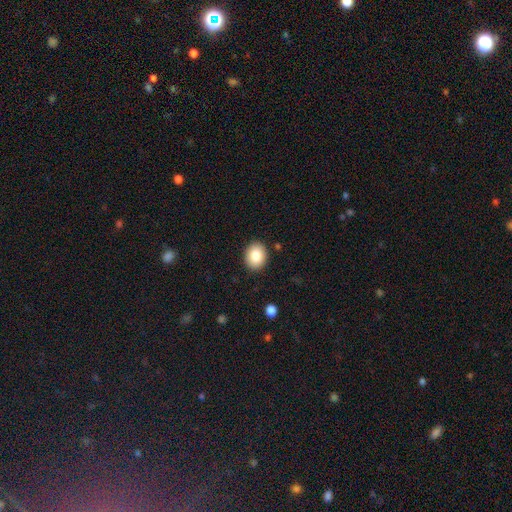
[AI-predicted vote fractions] The model was most divided on "how rounded": round: 51%, in between: 48%, cigar-shaped: 1%. More confident: merging — none (89%); smooth or featured — smooth (84%).